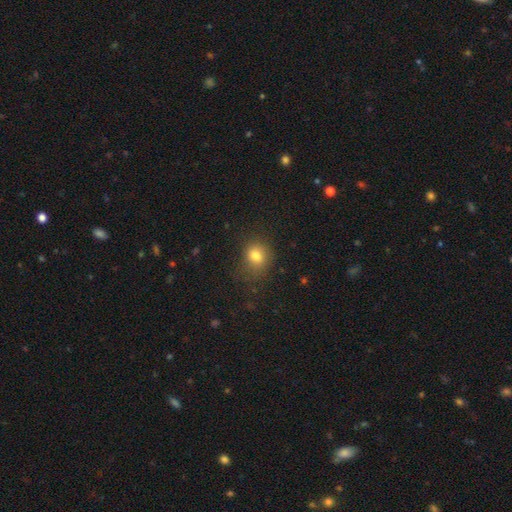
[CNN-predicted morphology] type=smooth (79%); roundness=round (60%); merging=none (69%).